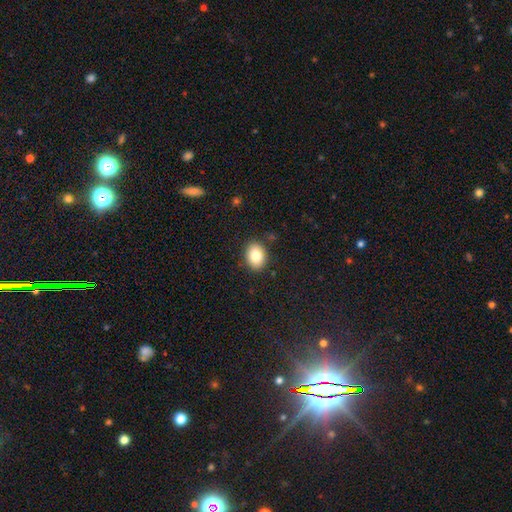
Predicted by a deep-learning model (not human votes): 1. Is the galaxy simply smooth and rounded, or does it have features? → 83% smooth, 9% featured or disk, 8% star or artifact.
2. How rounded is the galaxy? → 70% in between, 29% round, 1% cigar-shaped.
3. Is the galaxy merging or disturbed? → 88% none, 9% minor disturbance, 2% major disturbance, 1% merger.